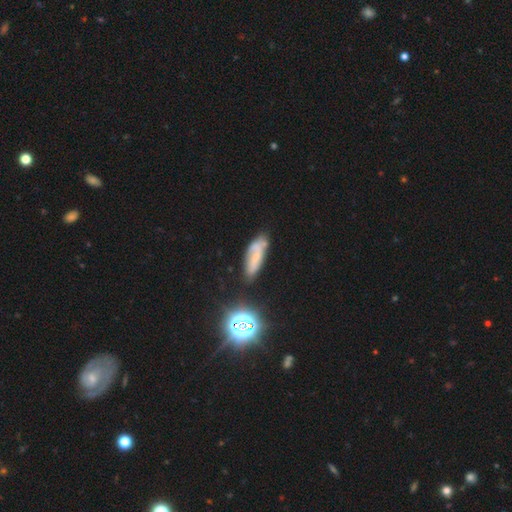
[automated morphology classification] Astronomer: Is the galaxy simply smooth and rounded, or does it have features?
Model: smooth — 43% (runner-up: featured or disk, 41%).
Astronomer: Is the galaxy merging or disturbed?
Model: none — 60%.